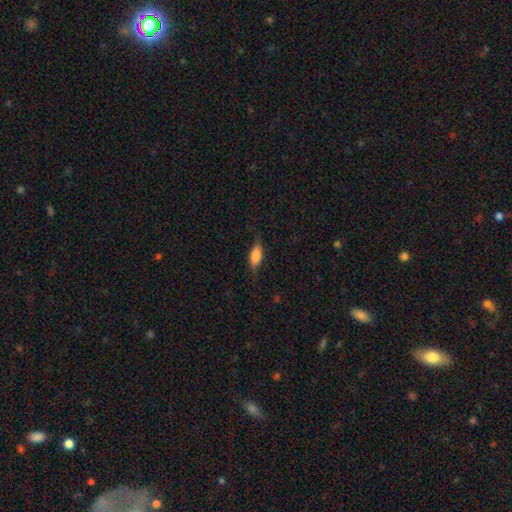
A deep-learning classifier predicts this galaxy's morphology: Overall: smooth (65%; featured or disk 28%). How rounded: in between (71%). Merging: none (70%).